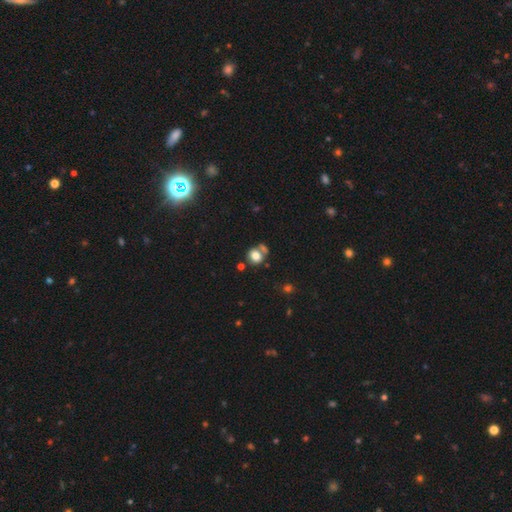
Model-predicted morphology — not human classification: Q: Smooth or featured?
A: smooth (79%); runner-up: star or artifact (11%)
Q: How rounded?
A: round (66%); runner-up: in between (32%)
Q: Merging?
A: none (55%); runner-up: merger (27%)